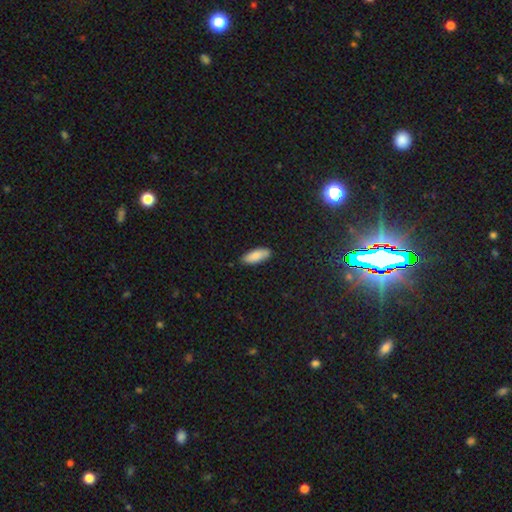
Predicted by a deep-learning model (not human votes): smooth_or_featured: smooth (p=0.87) [alt: featured or disk p=0.07]
how_rounded: in between (p=0.72) [alt: cigar-shaped p=0.27]
merging: none (p=0.86) [alt: minor disturbance p=0.11]